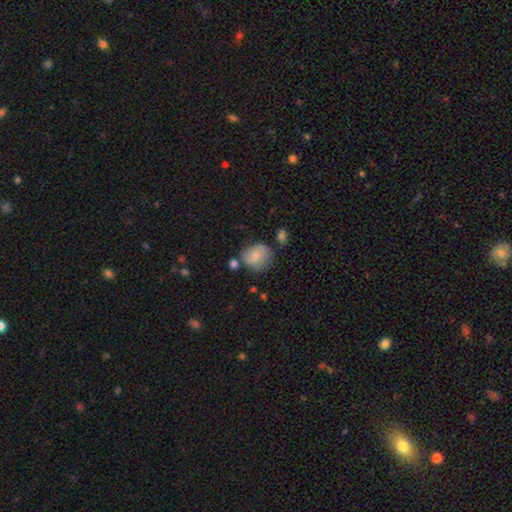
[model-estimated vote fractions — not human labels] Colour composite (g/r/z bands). It shows a smooth galaxy with no disk features (76%) that is round (73%). Merging: none (56%).